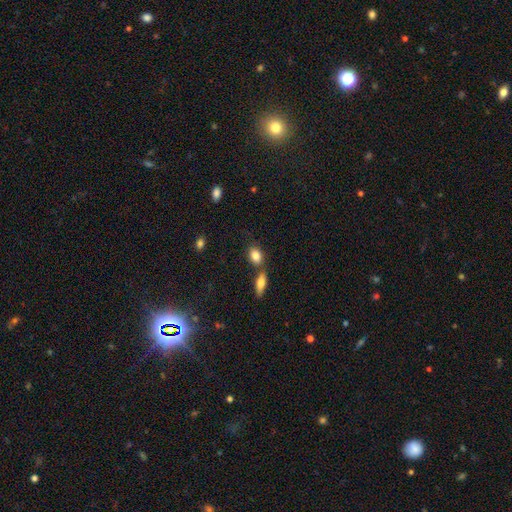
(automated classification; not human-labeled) A smooth galaxy with no disk features (83%) that is in between round and cigar-shaped (79%).

Vote fractions:
- Smooth or featured? smooth: 83% / featured or disk: 9% / star or artifact: 8%
- How rounded? in between: 79% / round: 17% / cigar-shaped: 3%
- Merging? none: 59% / merger: 25% / minor disturbance: 12% / major disturbance: 3%